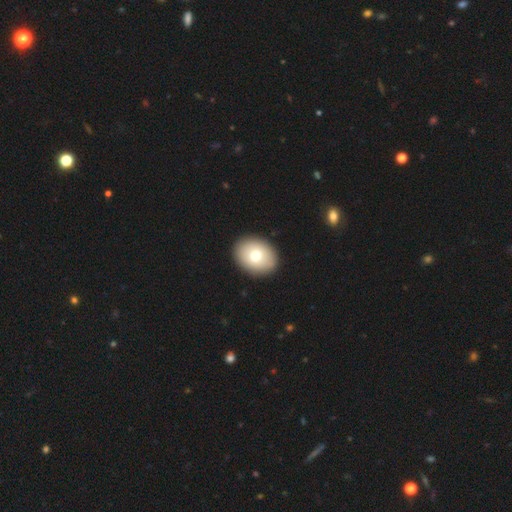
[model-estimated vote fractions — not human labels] smooth_or_featured: smooth (p=0.74) [alt: featured or disk p=0.18]
how_rounded: in between (p=0.62) [alt: round p=0.37]
merging: none (p=0.91) [alt: minor disturbance p=0.06]